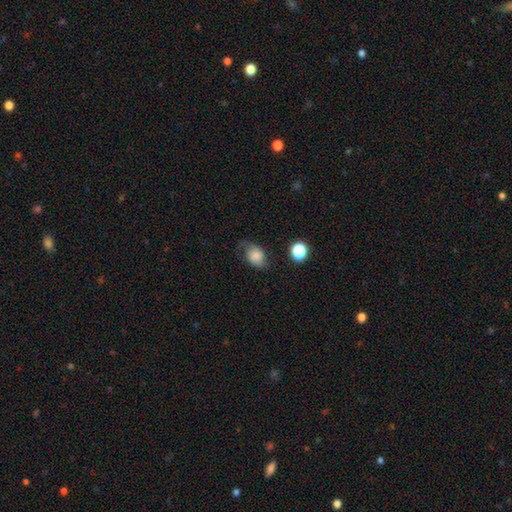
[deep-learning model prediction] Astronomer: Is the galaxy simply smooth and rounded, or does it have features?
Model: smooth — 58%.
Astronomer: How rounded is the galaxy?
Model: in between — 64%.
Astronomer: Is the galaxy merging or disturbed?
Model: none — 54%.